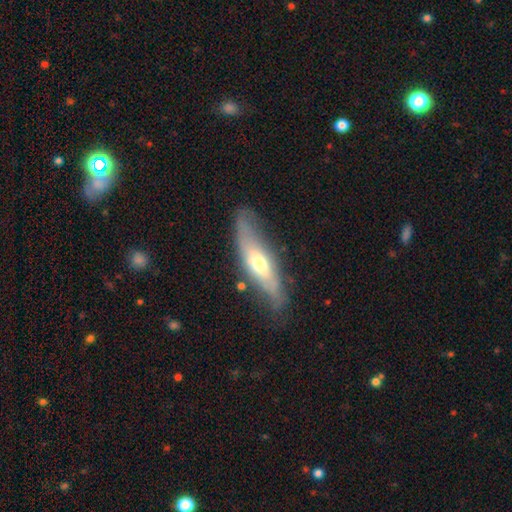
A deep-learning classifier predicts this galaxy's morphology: Q: Smooth or featured?
A: featured or disk (61%); runner-up: smooth (32%)
Q: Edge-on disk?
A: yes (57%); runner-up: no (43%)
Q: Merging?
A: none (75%); runner-up: minor disturbance (19%)